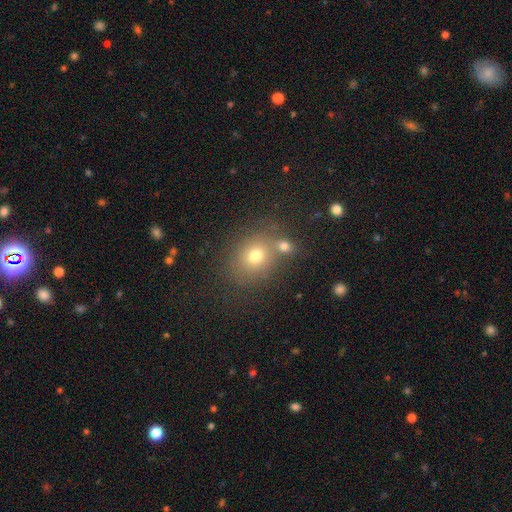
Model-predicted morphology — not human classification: type=smooth (71%); roundness=round (69%); merging=none (62%).